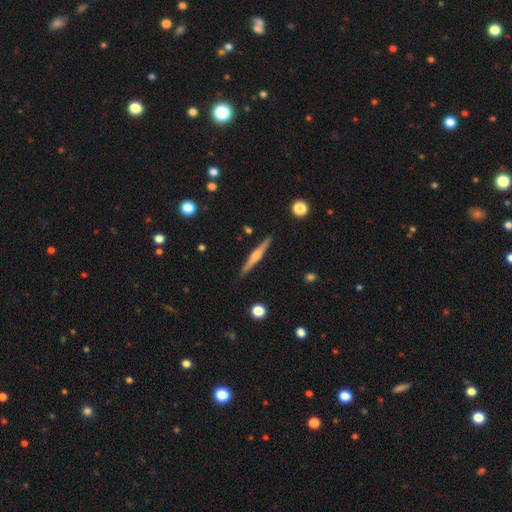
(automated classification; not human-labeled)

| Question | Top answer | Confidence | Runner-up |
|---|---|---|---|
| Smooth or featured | featured or disk | 63% | smooth (32%) |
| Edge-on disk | yes | 98% | no (2%) |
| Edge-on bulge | rounded | 70% | boxy (17%) |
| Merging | none | 90% | minor disturbance (7%) |